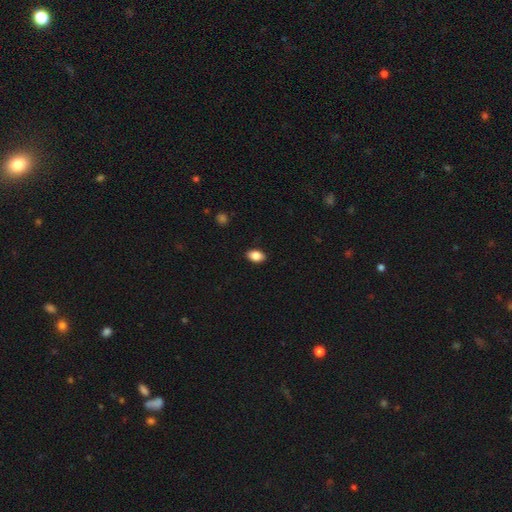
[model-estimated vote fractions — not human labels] Smooth or featured?
  - smooth: 87% *
  - star or artifact: 8%
  - featured or disk: 5%
How rounded?
  - in between: 88% *
  - round: 11%
  - cigar-shaped: 1%
Merging?
  - none: 89% *
  - minor disturbance: 8%
  - major disturbance: 2%
  - merger: 1%